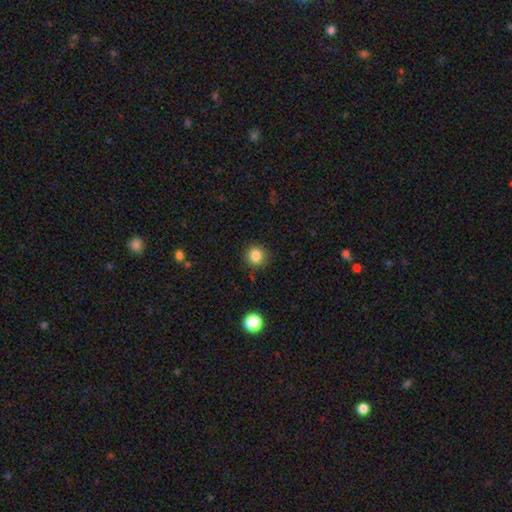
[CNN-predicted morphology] Smooth or featured?
  - smooth: 84% *
  - star or artifact: 11%
  - featured or disk: 5%
How rounded?
  - round: 92% *
  - in between: 7%
  - cigar-shaped: 1%
Merging?
  - none: 87% *
  - minor disturbance: 9%
  - major disturbance: 2%
  - merger: 2%